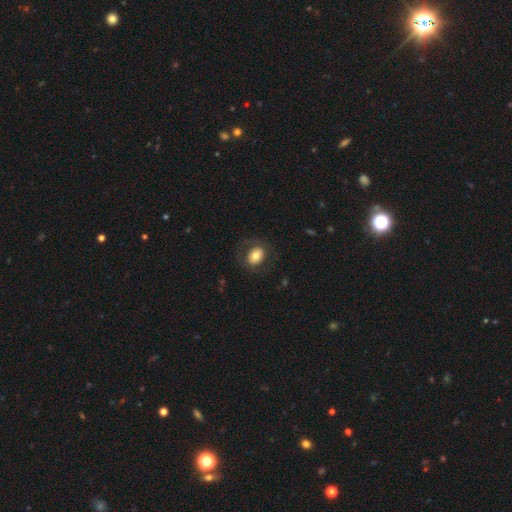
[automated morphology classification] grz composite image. It shows a smooth galaxy with no disk features (72%) that is in between round and cigar-shaped (59%). Merging: none (76%).